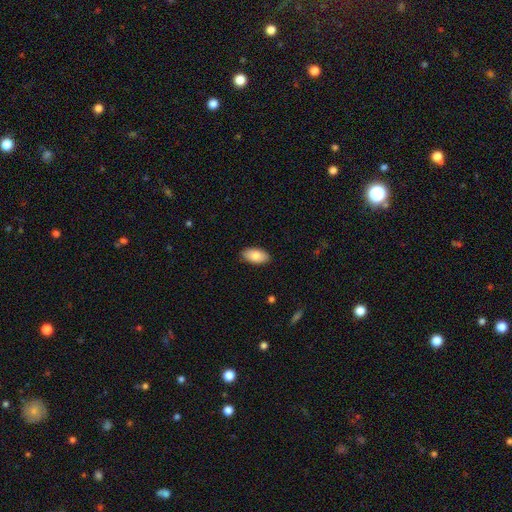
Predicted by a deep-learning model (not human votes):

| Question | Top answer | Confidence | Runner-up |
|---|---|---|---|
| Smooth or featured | smooth | 84% | featured or disk (10%) |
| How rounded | in between | 95% | round (3%) |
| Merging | none | 88% | minor disturbance (9%) |